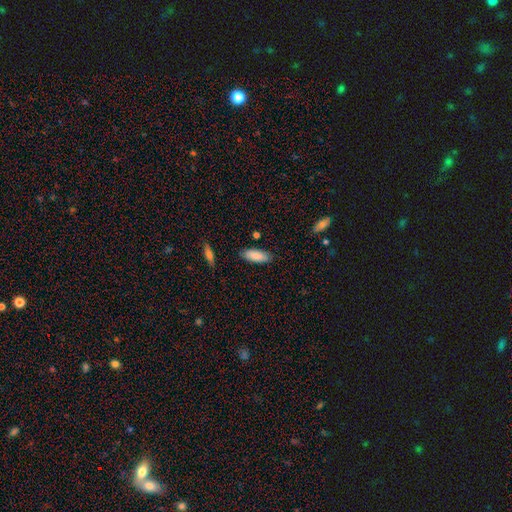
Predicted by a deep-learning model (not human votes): A smooth galaxy with no disk features (86%) that is in between round and cigar-shaped (78%).

Vote fractions:
- Smooth or featured? smooth: 86% / featured or disk: 8% / star or artifact: 6%
- How rounded? in between: 78% / cigar-shaped: 20% / round: 2%
- Merging? none: 83% / minor disturbance: 13% / major disturbance: 2% / merger: 2%